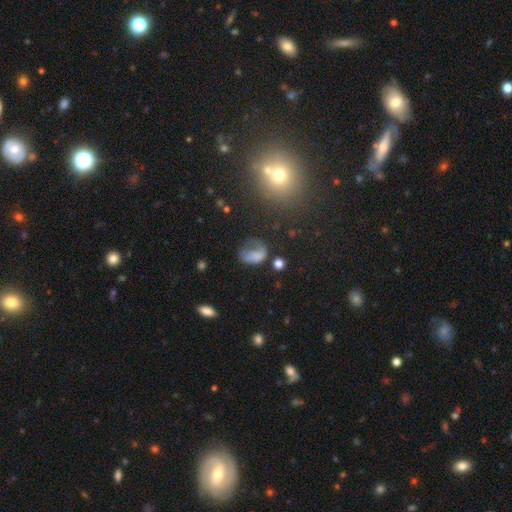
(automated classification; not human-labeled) smooth 61%, featured or disk 26%, star or artifact 13%. Down the decision tree: how rounded — in between (67%); merging — major disturbance (44%).